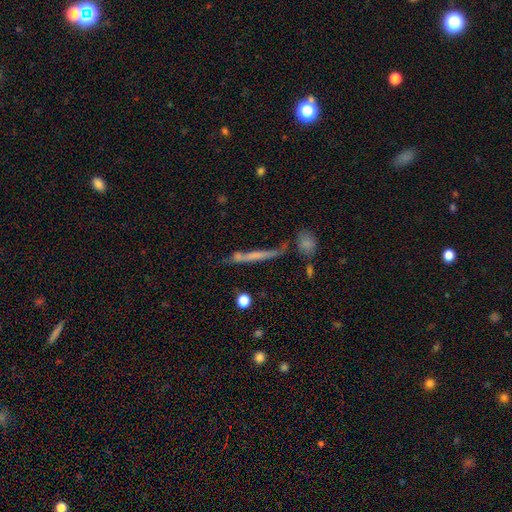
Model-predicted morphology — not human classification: The model was most divided on "smooth or featured": smooth: 48%, featured or disk: 43%, star or artifact: 9%. More confident: merging — none (61%).